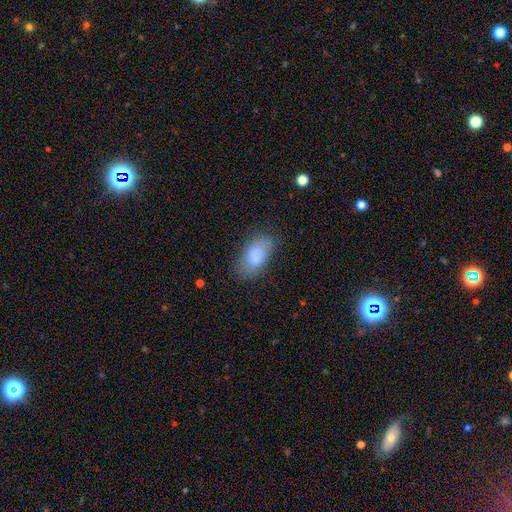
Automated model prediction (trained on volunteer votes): Morphology: type=smooth (78%); roundness=in between (92%); merging=none (64%).